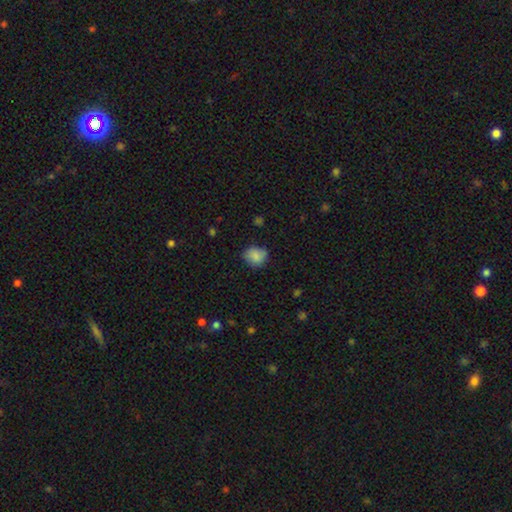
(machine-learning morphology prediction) The model was most divided on "how rounded": round: 68%, in between: 32%, cigar-shaped: 1%. More confident: smooth or featured — smooth (83%); merging — none (70%).